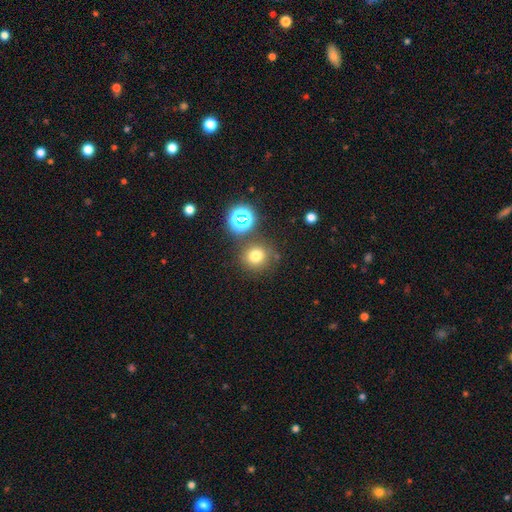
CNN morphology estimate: This is likely a smooth galaxy (72%). How rounded: clearly round (90%). Merging: likely none (77%).